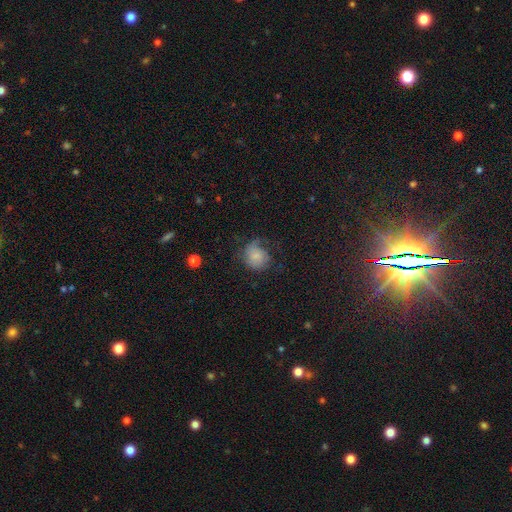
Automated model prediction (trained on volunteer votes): Smooth or featured? Predicted: smooth (p=0.66). How rounded? Predicted: round (p=0.73). Merging? Predicted: none (p=0.43).